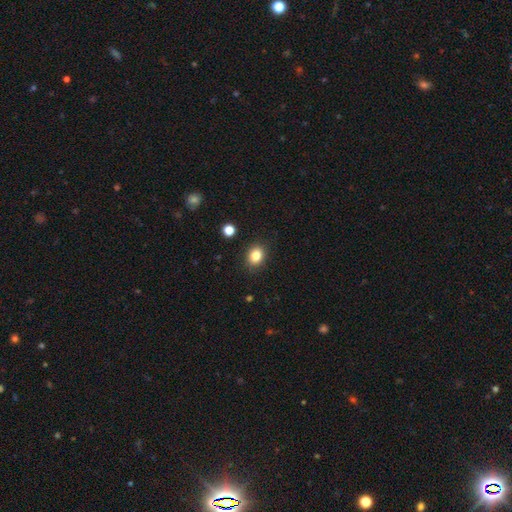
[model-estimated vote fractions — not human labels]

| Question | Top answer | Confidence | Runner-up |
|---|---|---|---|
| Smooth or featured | smooth | 83% | star or artifact (11%) |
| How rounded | round | 53% | in between (46%) |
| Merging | none | 88% | minor disturbance (8%) |